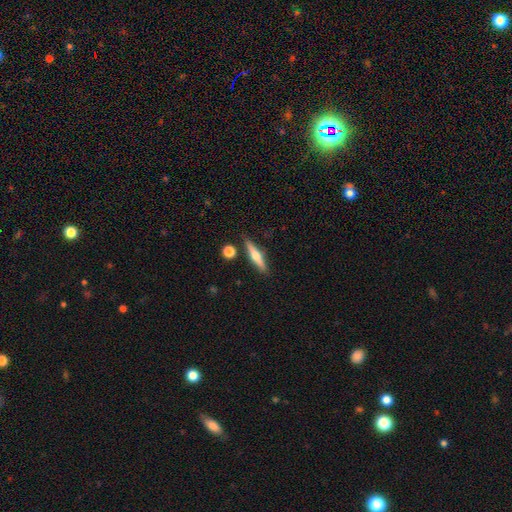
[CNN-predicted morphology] Smooth or featured: featured or disk — 54% (smooth — 39%)
Edge-on disk: yes — 95% (no — 5%)
Edge-on bulge: rounded — 89% (none — 7%)
Merging: none — 84% (minor disturbance — 9%)